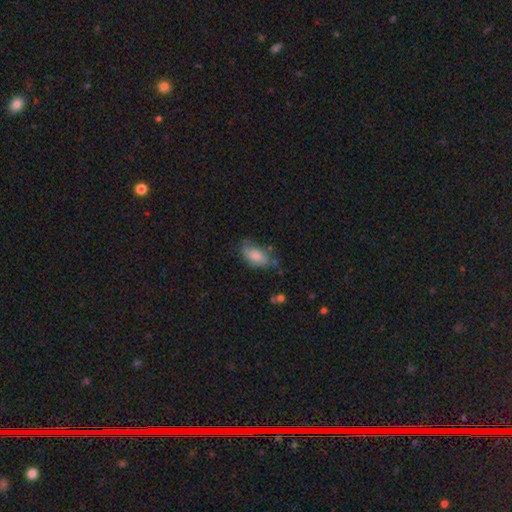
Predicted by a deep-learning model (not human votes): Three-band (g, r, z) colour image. It shows a smooth galaxy with no disk features (80%) that is in between round and cigar-shaped (91%). Merging: none (59%).